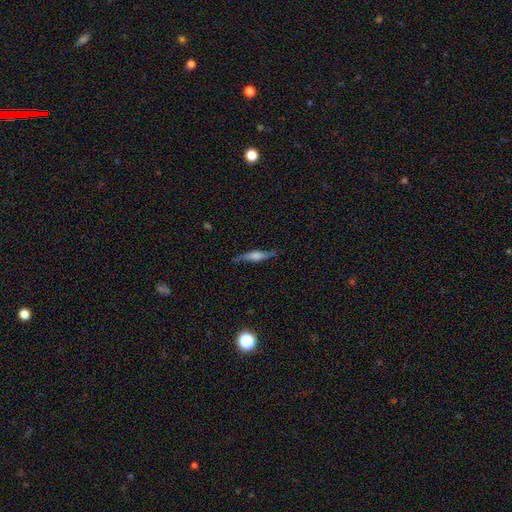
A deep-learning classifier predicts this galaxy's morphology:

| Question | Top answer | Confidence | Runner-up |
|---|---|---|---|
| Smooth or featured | featured or disk | 66% | smooth (27%) |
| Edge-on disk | yes | 87% | no (13%) |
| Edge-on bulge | rounded | 69% | boxy (23%) |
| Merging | none | 78% | minor disturbance (16%) |